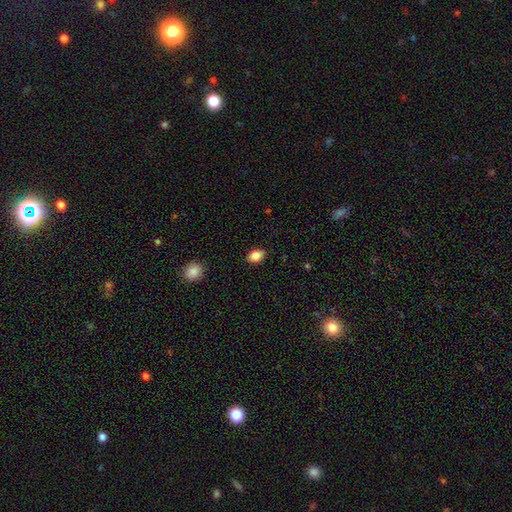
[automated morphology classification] Overall: smooth (84%). How rounded: in between (80%). Merging: none (86%).